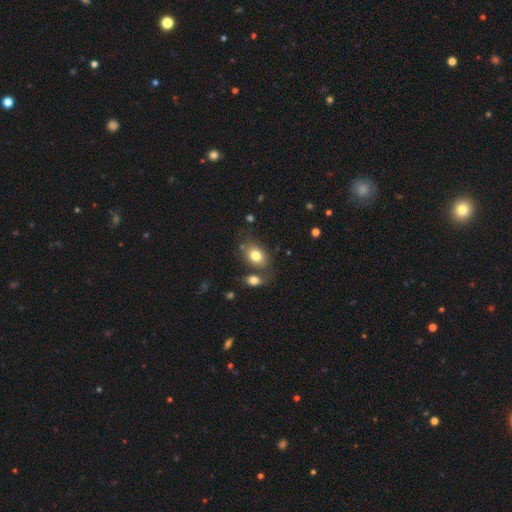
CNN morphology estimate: Smooth or featured: smooth — 79% (featured or disk — 12%)
How rounded: in between — 74% (round — 24%)
Merging: none — 61% (merger — 19%)